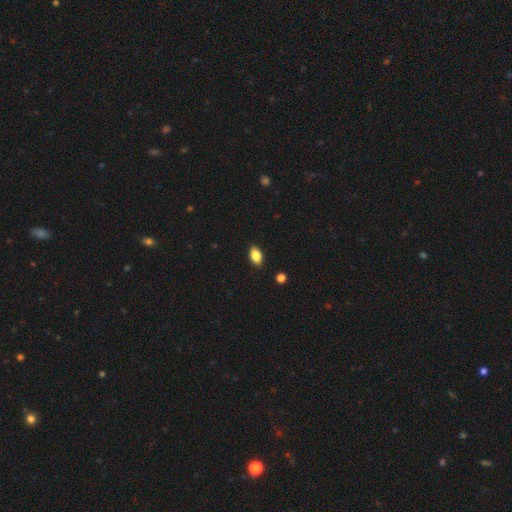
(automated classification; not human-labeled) The model was most divided on "smooth or featured": smooth: 85%, star or artifact: 8%, featured or disk: 7%. More confident: how rounded — in between (91%); merging — none (89%).